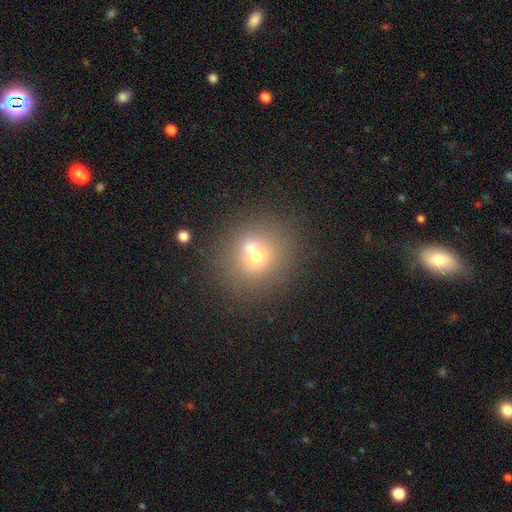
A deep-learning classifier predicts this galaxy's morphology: A smooth galaxy with no disk features (60%) that is round (86%). Merging: none (50%).